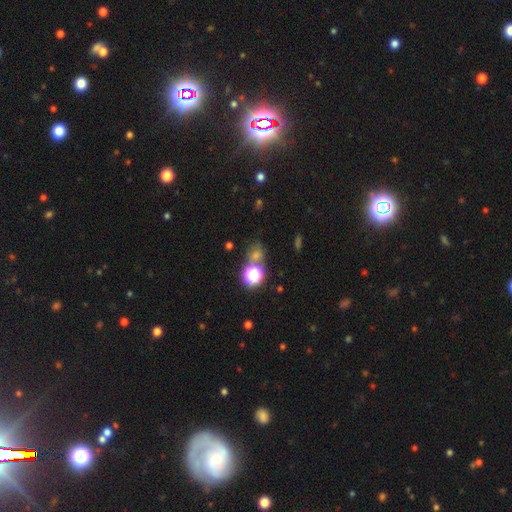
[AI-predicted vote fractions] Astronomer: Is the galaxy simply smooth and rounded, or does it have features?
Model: star or artifact — 53% (runner-up: smooth, 39%).